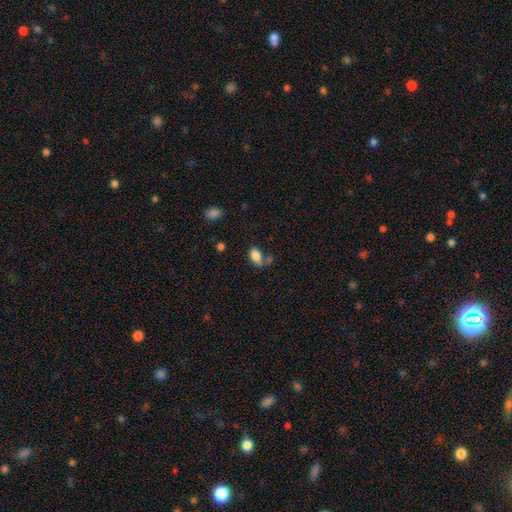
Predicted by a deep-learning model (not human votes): Smooth or featured? smooth (84%)
How rounded? in between (89%)
Merging? none (47%)